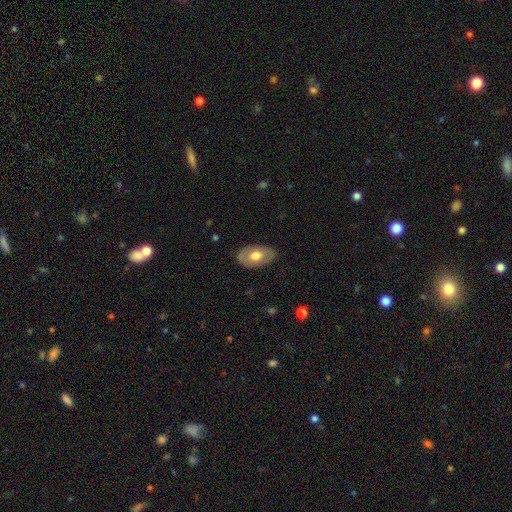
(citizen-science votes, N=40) A featured or disk galaxy (55%) with no bar (65%), no spiral arms (60%) and a moderate central bulge (65%). Merging: none (85%).